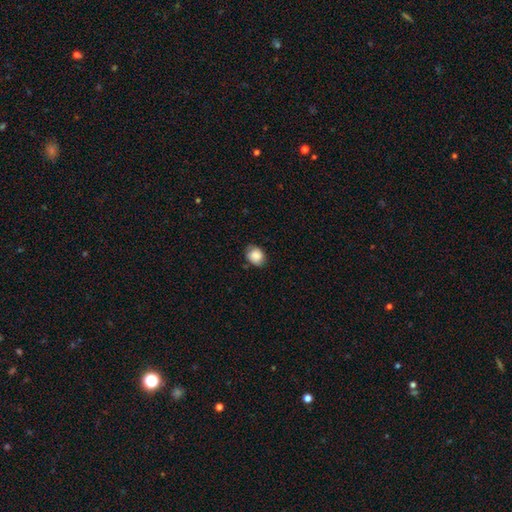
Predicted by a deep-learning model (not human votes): This appears to be a smooth galaxy with no disk features (84%) that is in between round and cigar-shaped (55%). Merging: none (75%).